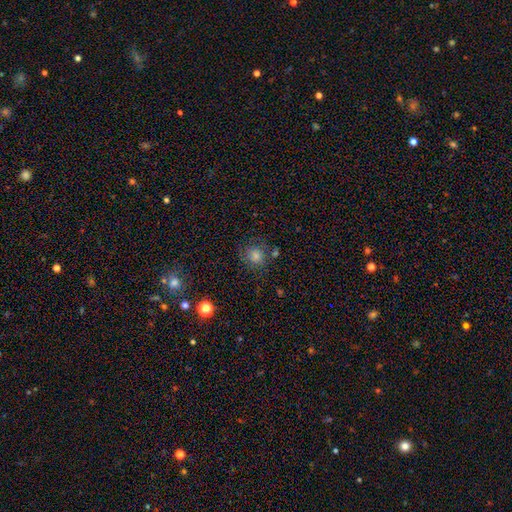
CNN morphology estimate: This appears to be a smooth galaxy with no disk features (66%) that is round (86%). Merging: none (75%).